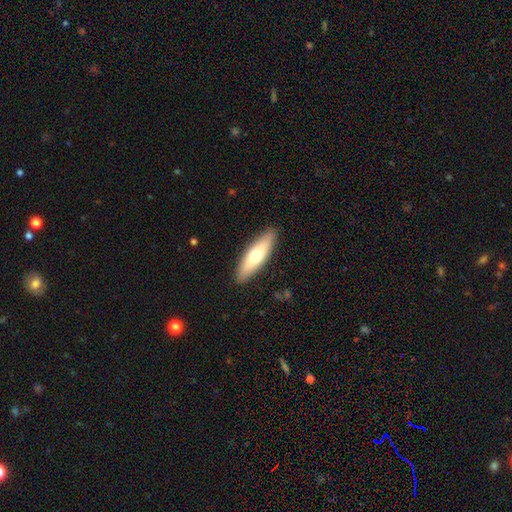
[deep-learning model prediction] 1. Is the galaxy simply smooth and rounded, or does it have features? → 62% smooth, 32% featured or disk, 5% star or artifact.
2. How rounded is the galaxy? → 57% cigar-shaped, 41% in between, 2% round.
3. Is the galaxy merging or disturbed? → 89% none, 8% minor disturbance, 2% major disturbance, 1% merger.